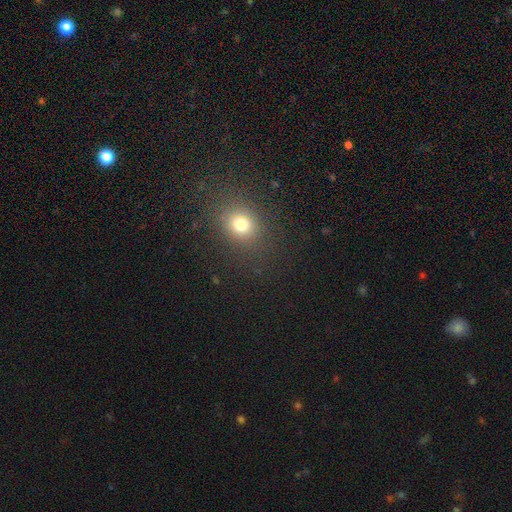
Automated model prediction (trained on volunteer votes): A smooth galaxy with no disk features (66%) that is round (60%). Merging: none (91%).